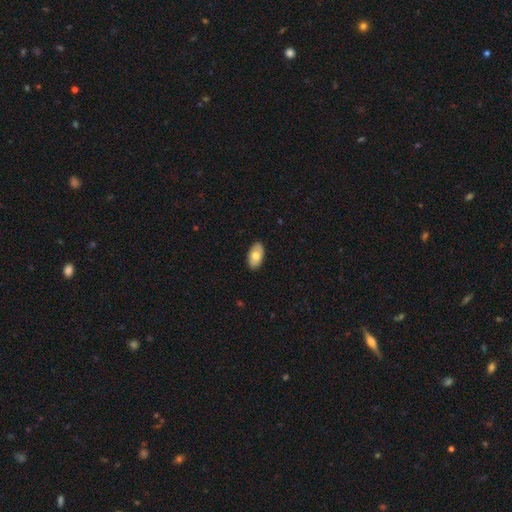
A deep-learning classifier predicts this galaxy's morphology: smooth_or_featured: smooth (p=0.71) [alt: featured or disk p=0.23]
how_rounded: in between (p=0.95) [alt: round p=0.04]
merging: none (p=0.89) [alt: minor disturbance p=0.09]